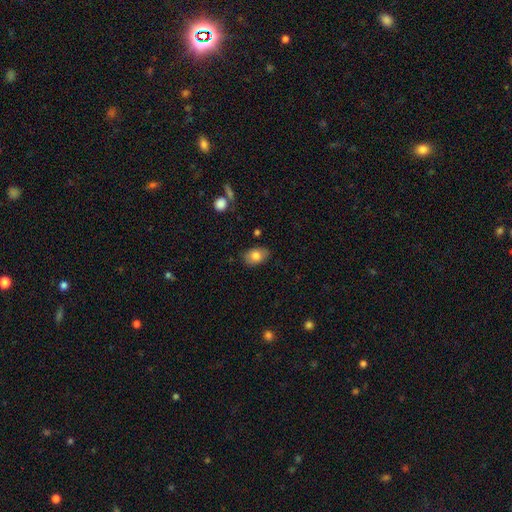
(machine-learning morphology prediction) smooth 79%, featured or disk 13%, star or artifact 8%. Down the decision tree: how rounded — in between (83%); merging — none (82%).